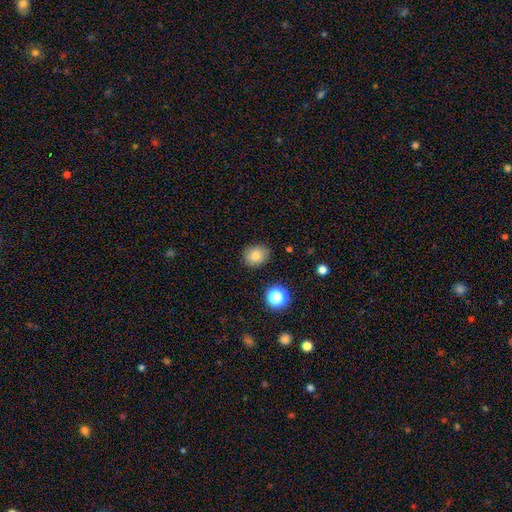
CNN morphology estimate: Smooth or featured? Predicted: smooth (p=0.81). How rounded? Predicted: round (p=0.60). Merging? Predicted: none (p=0.85).